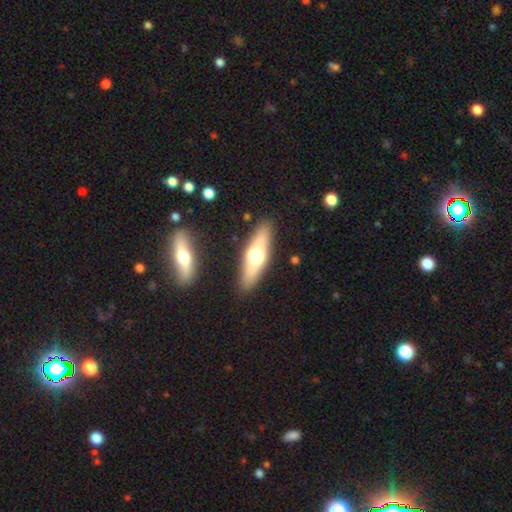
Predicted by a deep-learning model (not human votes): Smooth or featured? Predicted: smooth (p=0.47). Merging? Predicted: none (p=0.87).